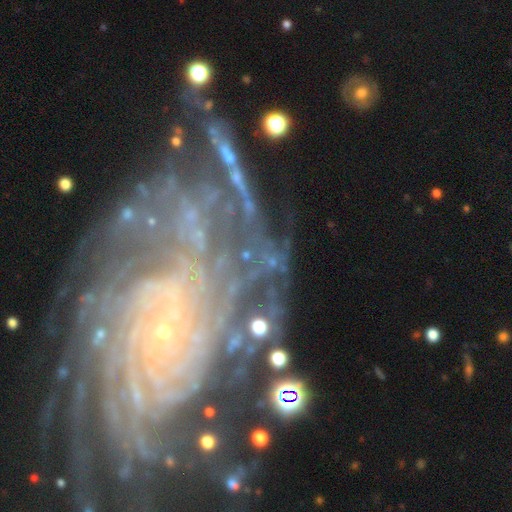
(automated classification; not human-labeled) This is likely a featured or disk galaxy (79%). It is clearly not viewed edge-on (94%). Bar: likely no (64%). Spiral arm pattern: clearly yes (95%). Spiral arm count: marginally more than 4 (26%, tied with can't tell). Spiral winding: likely tight (74%). Central bulge: clearly small (80%). Merging: likely none (65%).